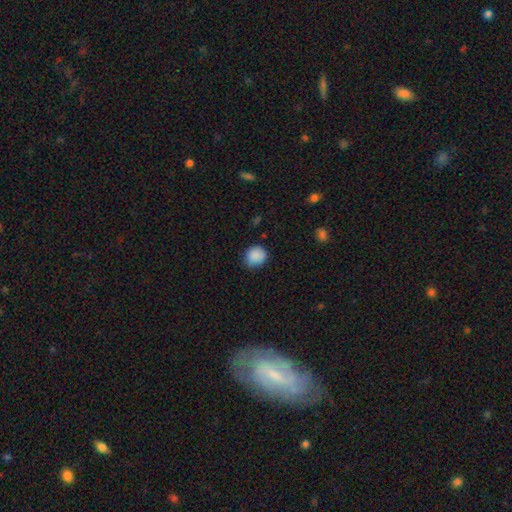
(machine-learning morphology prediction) Smooth or featured? smooth (87%)
How rounded? round (82%)
Merging? none (70%)